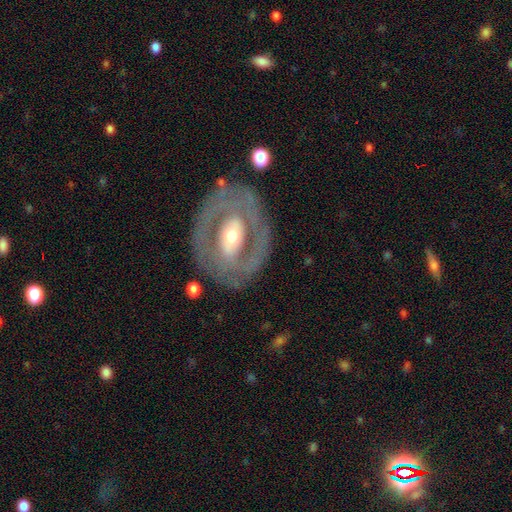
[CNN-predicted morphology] smooth_or_featured: featured or disk (p=0.79) [alt: smooth p=0.15]
disk_edge_on: no (p=0.94) [alt: yes p=0.06]
bar: weak (p=0.36) [alt: strong p=0.35]
has_spiral_arms: yes (p=0.57) [alt: no p=0.43]
bulge_size: moderate (p=0.62) [alt: small p=0.28]
merging: none (p=0.75) [alt: minor disturbance p=0.15]